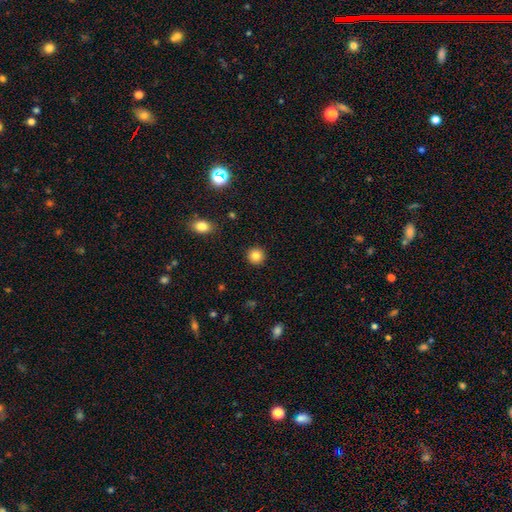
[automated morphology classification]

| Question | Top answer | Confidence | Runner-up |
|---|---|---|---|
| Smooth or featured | smooth | 84% | star or artifact (10%) |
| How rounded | round | 93% | in between (6%) |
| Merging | none | 92% | minor disturbance (5%) |